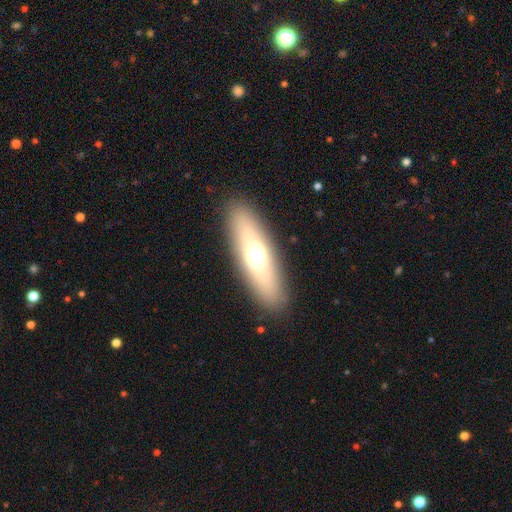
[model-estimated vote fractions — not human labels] Smooth or featured? smooth (56%)
How rounded? in between (49%)
Merging? none (88%)